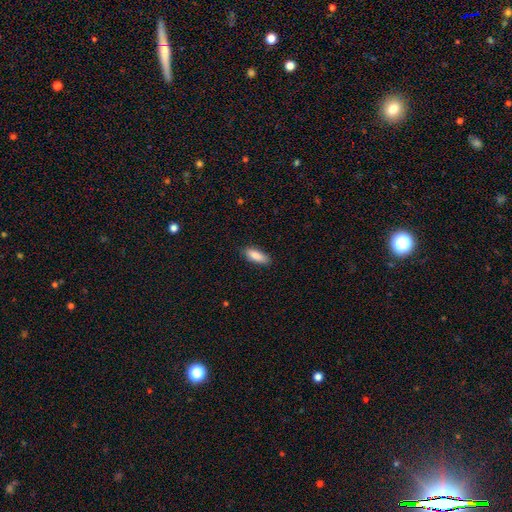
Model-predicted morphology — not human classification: A smooth galaxy with no disk features (87%) that is in between round and cigar-shaped (69%). Merging: none (85%).